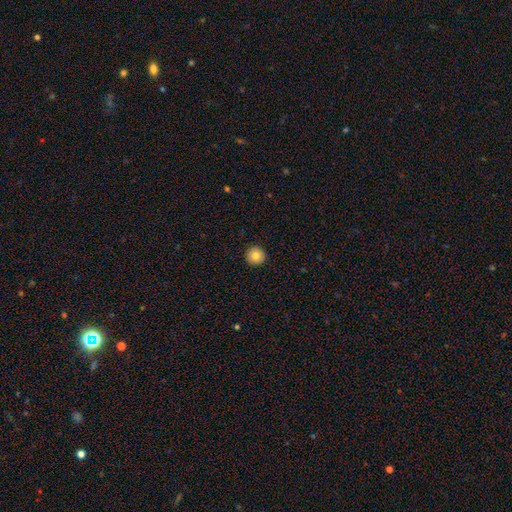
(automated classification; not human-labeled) A smooth galaxy with no disk features (79%) that is round (96%). Merging: none (93%).